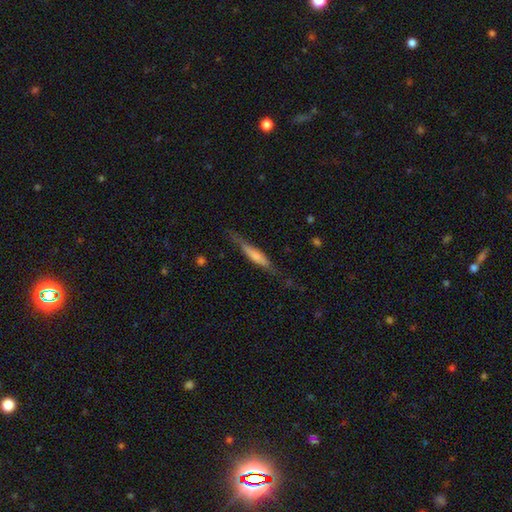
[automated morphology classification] Smooth or featured?
  - featured or disk: 59% *
  - smooth: 34%
  - star or artifact: 7%
Edge-on disk?
  - yes: 92% *
  - no: 8%
Edge-on bulge?
  - rounded: 53% *
  - none: 29%
  - boxy: 18%
Merging?
  - none: 77% *
  - minor disturbance: 17%
  - major disturbance: 5%
  - merger: 2%